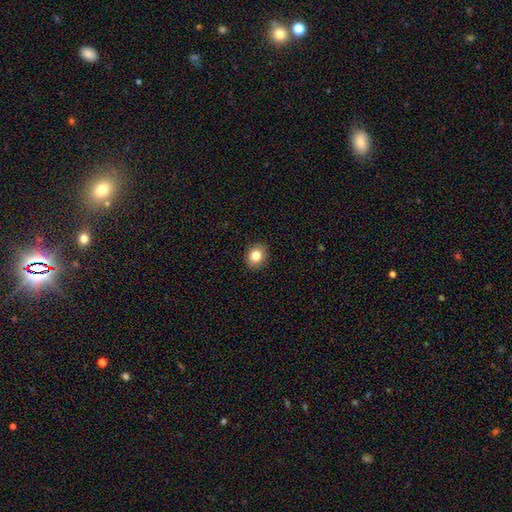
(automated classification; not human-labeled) A smooth galaxy with no disk features (82%) that is round (65%).

Vote fractions:
- Smooth or featured? smooth: 82% / star or artifact: 10% / featured or disk: 8%
- How rounded? round: 65% / in between: 34% / cigar-shaped: 1%
- Merging? none: 91% / minor disturbance: 7% / major disturbance: 2% / merger: 1%